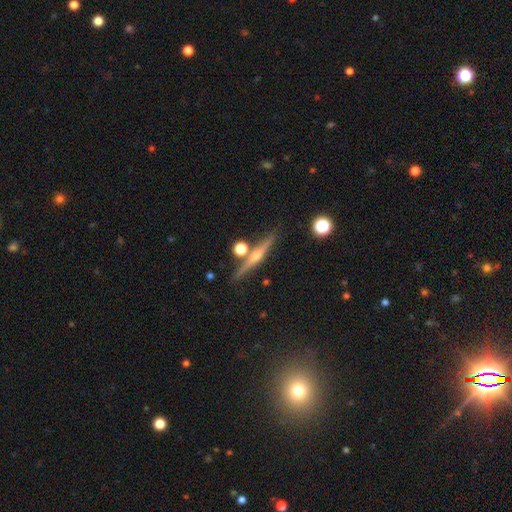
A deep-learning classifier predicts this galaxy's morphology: type=featured or disk (74%); edge-on=yes (97%); edge-on bulge=rounded (87%); merging=none (82%).